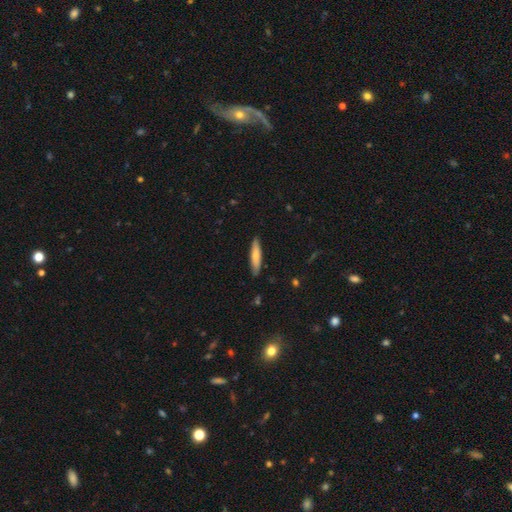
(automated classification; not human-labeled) Q: Smooth or featured?
A: smooth (70%); runner-up: featured or disk (24%)
Q: How rounded?
A: cigar-shaped (85%); runner-up: in between (14%)
Q: Merging?
A: none (87%); runner-up: minor disturbance (10%)